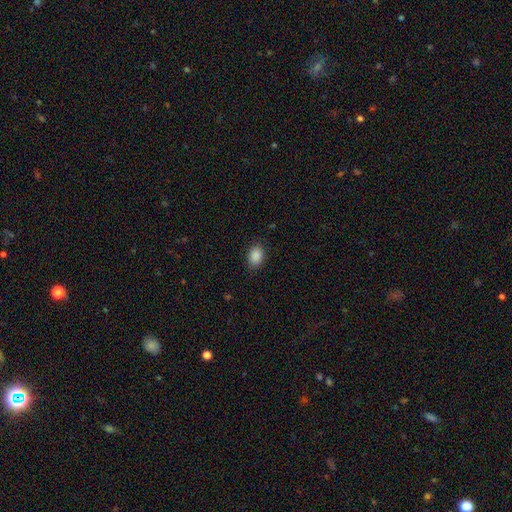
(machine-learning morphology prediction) smooth_or_featured: smooth (p=0.88) [alt: star or artifact p=0.09]
how_rounded: in between (p=0.70) [alt: round p=0.29]
merging: none (p=0.85) [alt: minor disturbance p=0.11]